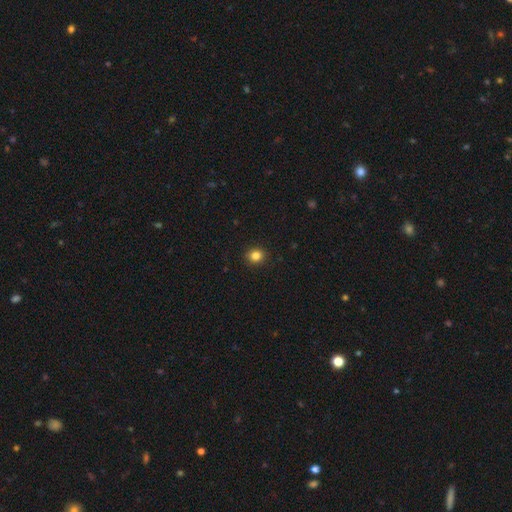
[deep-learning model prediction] Smooth or featured? Predicted: smooth (p=0.84). How rounded? Predicted: round (p=0.78). Merging? Predicted: none (p=0.91).